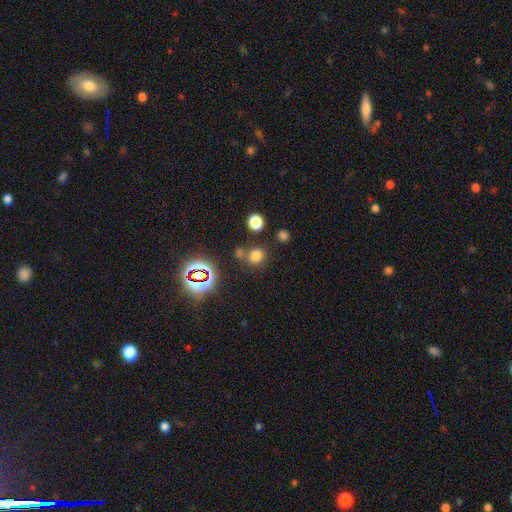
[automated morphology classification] smooth 70%, star or artifact 24%, featured or disk 6%. Down the decision tree: how rounded — round (87%); merging — none (72%).